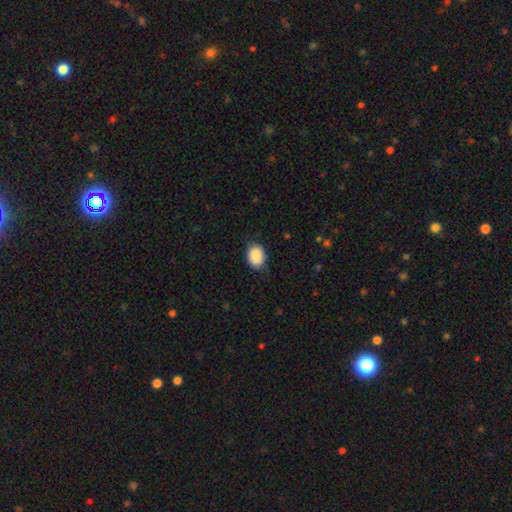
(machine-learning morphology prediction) This appears to be a smooth galaxy with no disk features (90%) that is in between round and cigar-shaped (66%). Merging: none (77%).